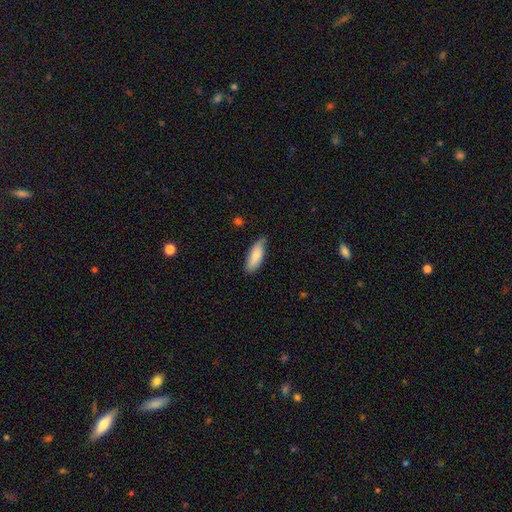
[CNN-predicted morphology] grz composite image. It shows a smooth galaxy with no disk features (79%) that is in between round and cigar-shaped (71%). Merging: none (72%).